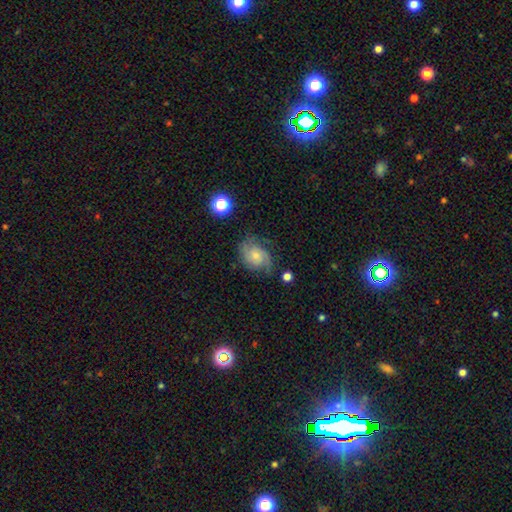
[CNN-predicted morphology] type=featured or disk (61%); edge-on=no (97%); bar=no (72%); spiral arms=yes (90%); winding=medium (45%); arm count=2 (59%); bulge=small (57%); merging=none (62%).